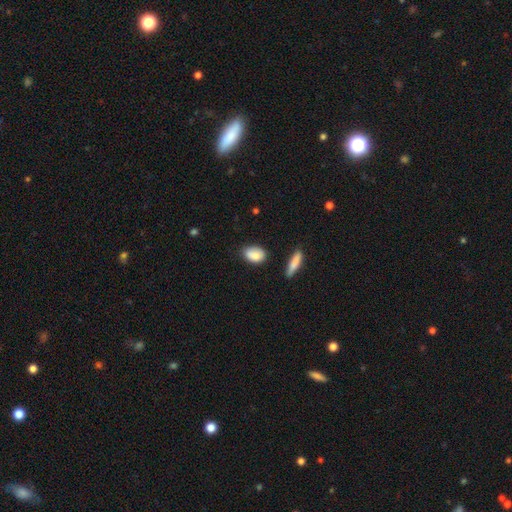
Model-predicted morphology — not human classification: Smooth or featured? smooth (83%)
How rounded? in between (85%)
Merging? none (76%)